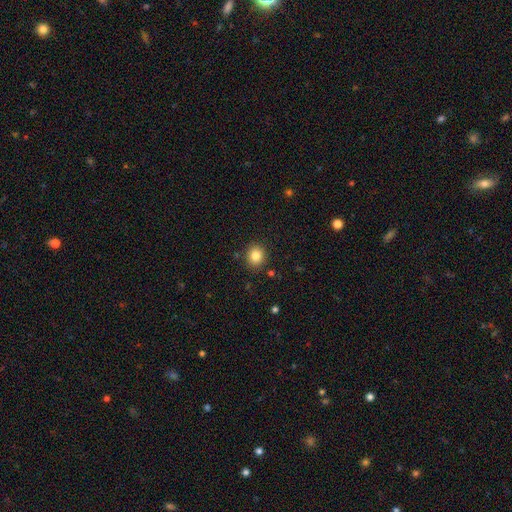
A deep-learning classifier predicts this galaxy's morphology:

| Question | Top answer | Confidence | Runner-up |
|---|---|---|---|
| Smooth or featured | smooth | 84% | star or artifact (11%) |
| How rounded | round | 80% | in between (19%) |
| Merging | none | 88% | minor disturbance (7%) |